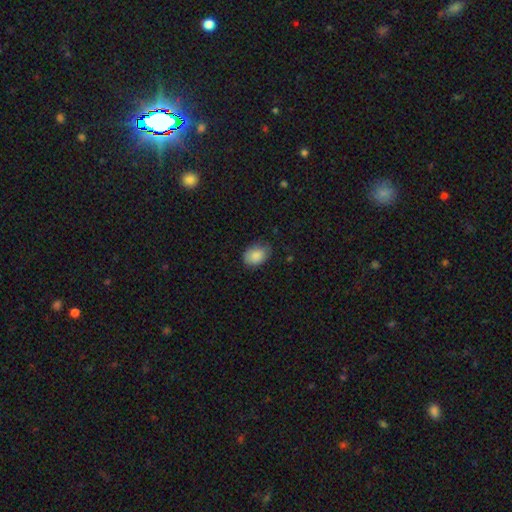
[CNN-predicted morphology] The model was most divided on "merging": none: 73%, minor disturbance: 22%, major disturbance: 4%, merger: 1%. More confident: smooth or featured — smooth (88%); how rounded — in between (77%).